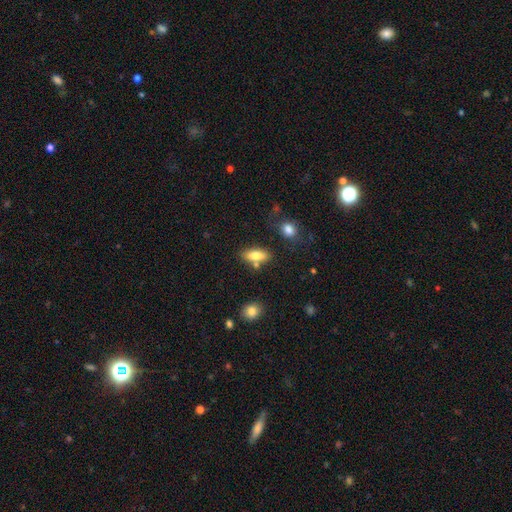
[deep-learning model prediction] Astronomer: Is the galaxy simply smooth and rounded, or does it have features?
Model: smooth — 76%.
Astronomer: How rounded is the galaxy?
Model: in between — 78%.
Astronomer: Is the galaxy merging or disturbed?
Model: none — 69%.